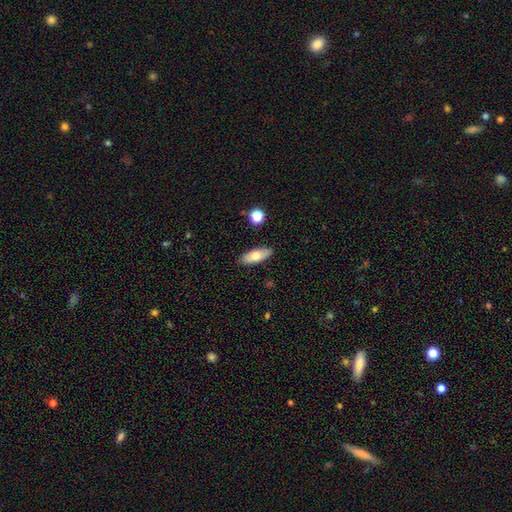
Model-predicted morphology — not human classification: smooth-or-featured: smooth: 73% | featured or disk: 20% | star or artifact: 7%
  how-rounded: in between: 73% | cigar-shaped: 25% | round: 3%
  merging: none: 87% | minor disturbance: 9% | major disturbance: 2% | merger: 2%